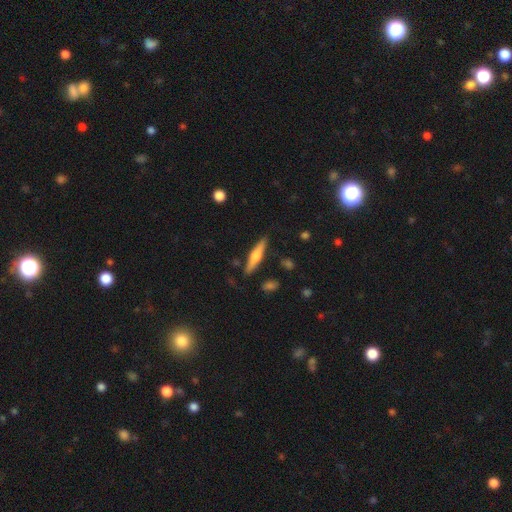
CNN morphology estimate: Smooth or featured? featured or disk (51%)
Edge-on disk? yes (95%)
Merging? none (85%)